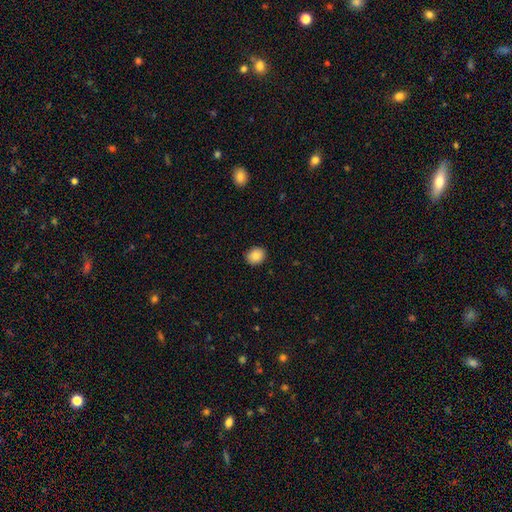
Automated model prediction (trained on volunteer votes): A smooth galaxy with no disk features (86%) that is round (67%).

Vote fractions:
- Smooth or featured? smooth: 86% / star or artifact: 8% / featured or disk: 5%
- How rounded? round: 67% / in between: 32% / cigar-shaped: 1%
- Merging? none: 90% / minor disturbance: 7% / major disturbance: 2% / merger: 1%